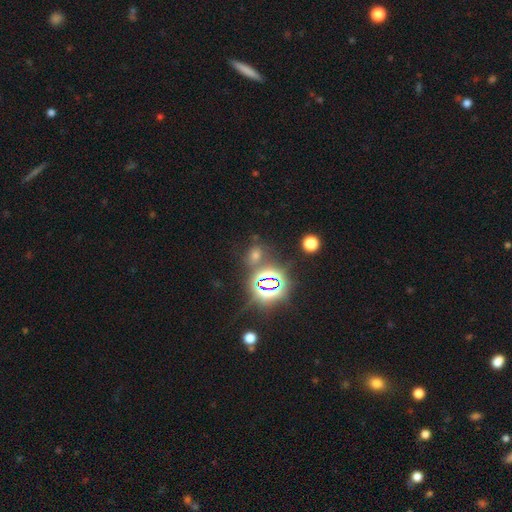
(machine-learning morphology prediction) smooth_or_featured: star or artifact (p=0.55) [alt: smooth p=0.36]